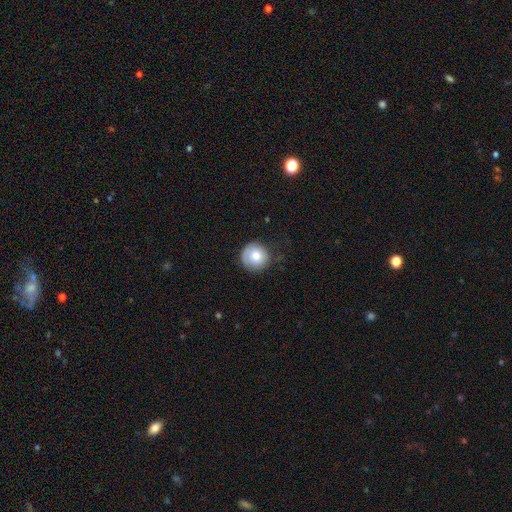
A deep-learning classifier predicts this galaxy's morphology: Smooth or featured?
  - smooth: 75% *
  - featured or disk: 16%
  - star or artifact: 8%
How rounded?
  - round: 93% *
  - in between: 6%
  - cigar-shaped: 1%
Merging?
  - none: 70% *
  - minor disturbance: 22%
  - major disturbance: 7%
  - merger: 1%